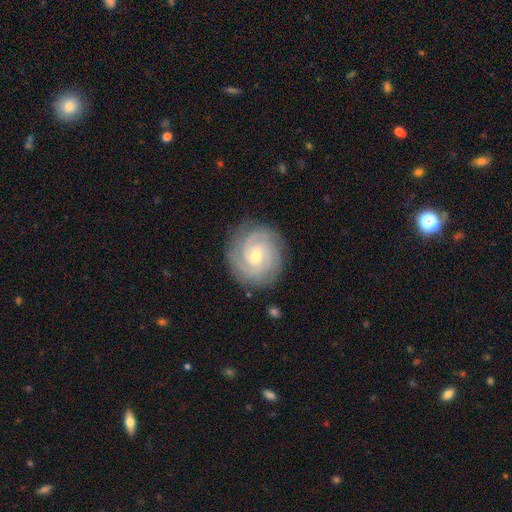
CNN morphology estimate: Smooth or featured? featured or disk (87%)
Edge-on disk? no (98%)
Bar? no (52%)
Spiral arms? yes (98%)
Spiral winding? tight (80%)
Spiral arm count? 3 (30%)
Bulge size? small (62%)
Merging? none (85%)